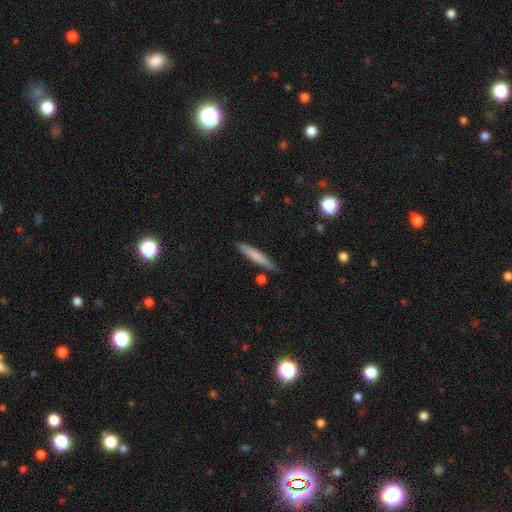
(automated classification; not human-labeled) Smooth or featured: smooth — 71% (featured or disk — 23%)
How rounded: cigar-shaped — 93% (in between — 5%)
Merging: none — 84% (minor disturbance — 11%)